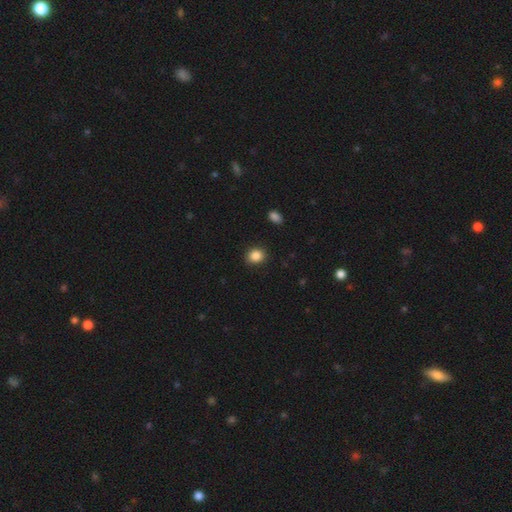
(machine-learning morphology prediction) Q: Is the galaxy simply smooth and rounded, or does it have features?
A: smooth — 87%.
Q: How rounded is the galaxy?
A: round — 65%.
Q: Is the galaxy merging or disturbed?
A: none — 89%.